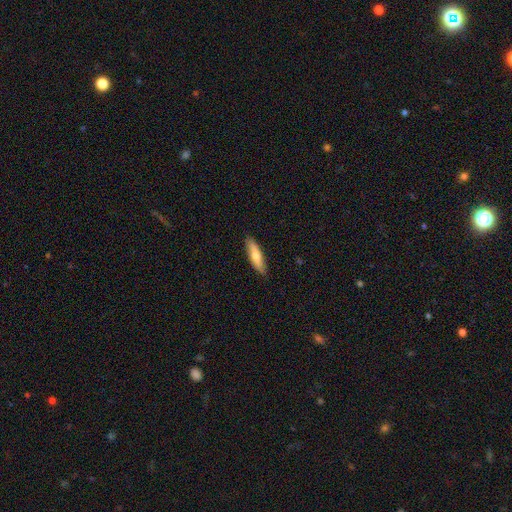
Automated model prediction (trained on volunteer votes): Smooth or featured: smooth — 64% (featured or disk — 30%)
How rounded: cigar-shaped — 74% (in between — 24%)
Merging: none — 89% (minor disturbance — 9%)